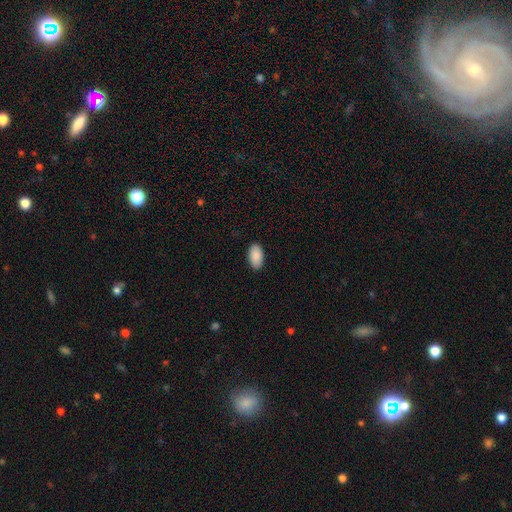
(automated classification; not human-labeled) A smooth galaxy with no disk features (91%) that is in between round and cigar-shaped (96%). Merging: none (90%).